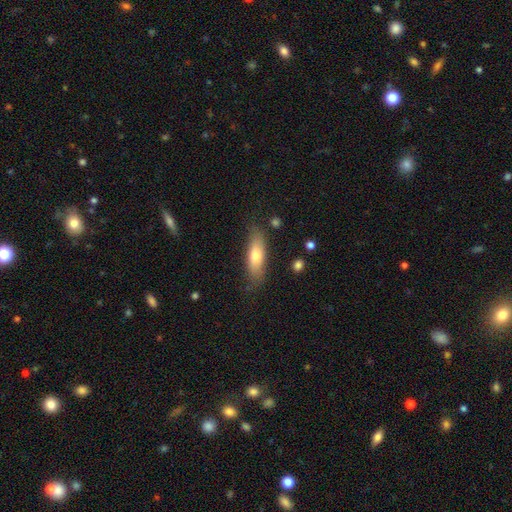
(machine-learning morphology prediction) The model was most divided on "how rounded": in between: 50%, cigar-shaped: 48%, round: 2%. More confident: merging — none (78%); smooth or featured — smooth (70%).